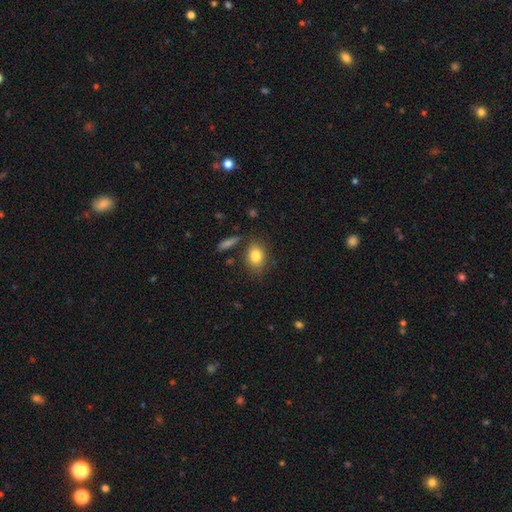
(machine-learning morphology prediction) Smooth or featured? smooth (83%)
How rounded? in between (67%)
Merging? none (75%)